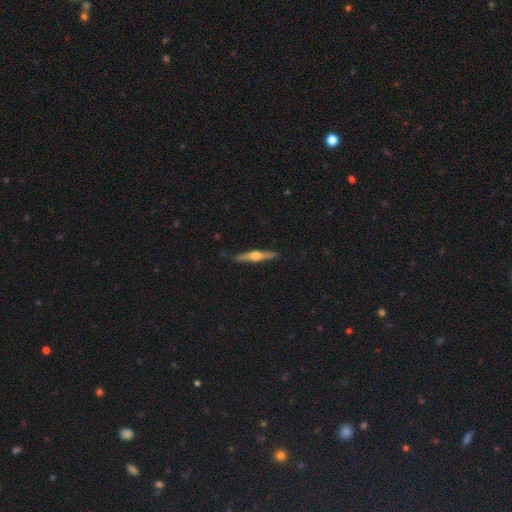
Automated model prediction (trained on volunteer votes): Smooth or featured? featured or disk (70%)
Edge-on disk? yes (98%)
Edge-on bulge? rounded (95%)
Merging? none (89%)